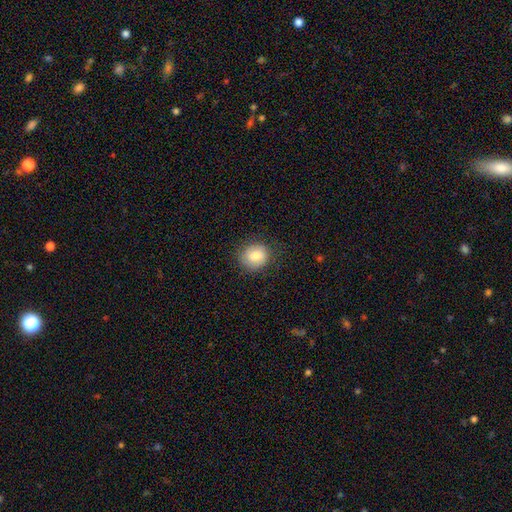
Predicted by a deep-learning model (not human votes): Overall: smooth (77%). How rounded: round (69%; in between 30%). Merging: none (81%).